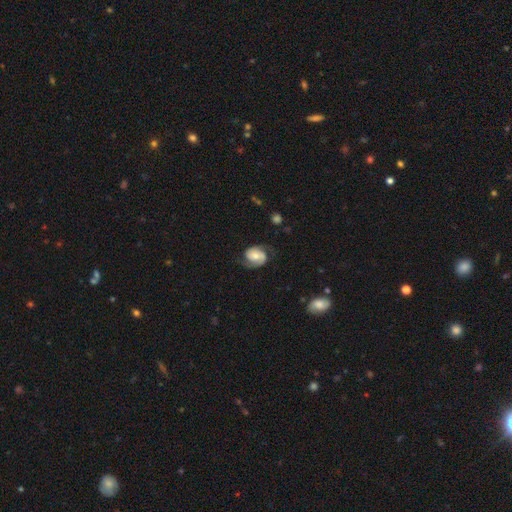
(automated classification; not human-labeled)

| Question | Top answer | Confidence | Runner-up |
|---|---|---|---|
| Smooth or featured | featured or disk | 70% | smooth (22%) |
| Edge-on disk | no | 98% | yes (2%) |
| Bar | no | 62% | weak (30%) |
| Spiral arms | yes | 94% | no (6%) |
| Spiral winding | medium | 43% | tight (34%) |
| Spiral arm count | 2 | 81% | 1 (10%) |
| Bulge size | moderate | 48% | small (35%) |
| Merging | none | 65% | minor disturbance (22%) |